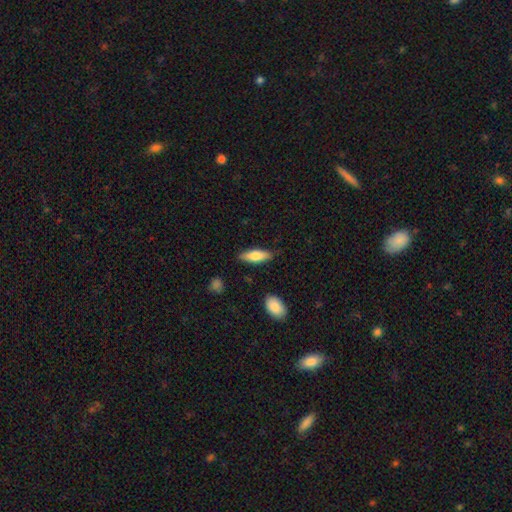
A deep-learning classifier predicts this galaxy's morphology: smooth_or_featured: smooth (p=0.71) [alt: featured or disk p=0.23]
how_rounded: in between (p=0.56) [alt: cigar-shaped p=0.42]
merging: none (p=0.84) [alt: minor disturbance p=0.11]